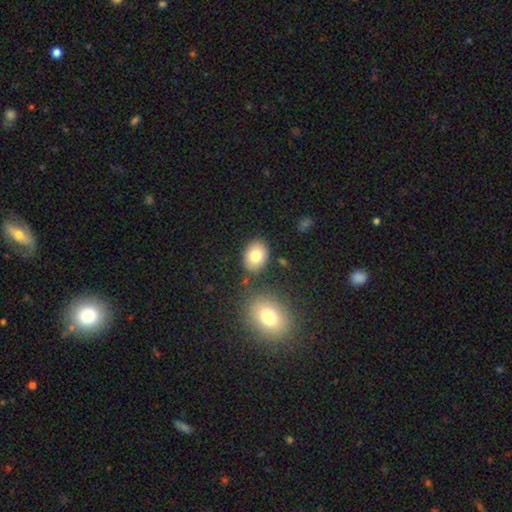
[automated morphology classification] smooth_or_featured: smooth (p=0.80) [alt: featured or disk p=0.11]
how_rounded: in between (p=0.67) [alt: round p=0.32]
merging: none (p=0.80) [alt: minor disturbance p=0.11]